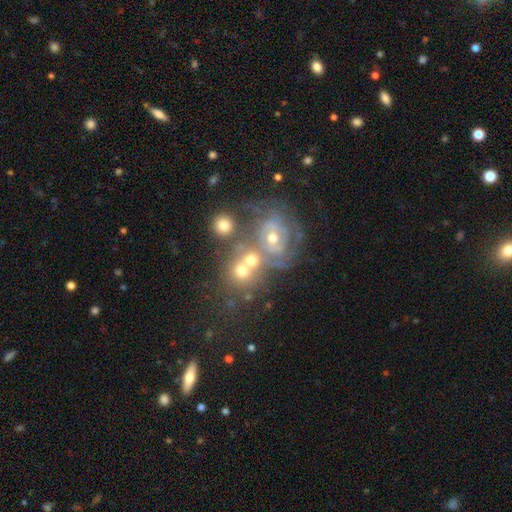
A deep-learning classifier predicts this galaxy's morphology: The model was most divided on "smooth or featured": featured or disk: 44%, smooth: 28%, star or artifact: 28%. More confident: merging — merger (54%).